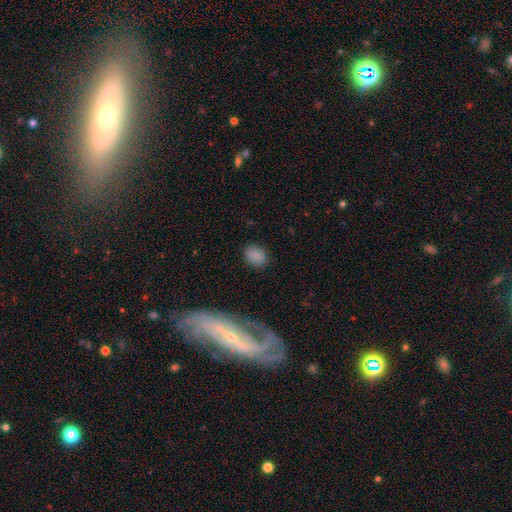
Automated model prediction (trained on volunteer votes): This appears to be a smooth galaxy with no disk features (84%) that is in between round and cigar-shaped (61%). Merging: none (86%).